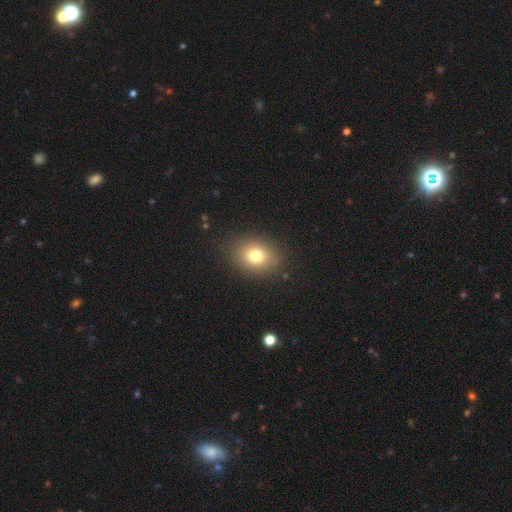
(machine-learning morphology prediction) Overall: smooth (77%). How rounded: in between (53%; round 46%). Merging: none (85%).